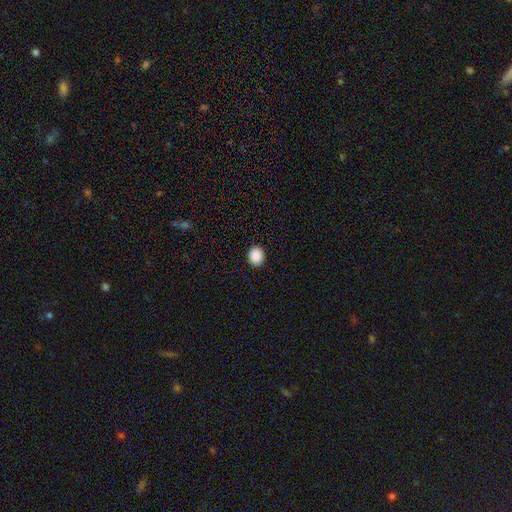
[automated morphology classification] Smooth or featured?
  - smooth: 90% *
  - star or artifact: 8%
  - featured or disk: 2%
How rounded?
  - round: 58% *
  - in between: 41%
  - cigar-shaped: 1%
Merging?
  - none: 92% *
  - minor disturbance: 6%
  - major disturbance: 2%
  - merger: 1%